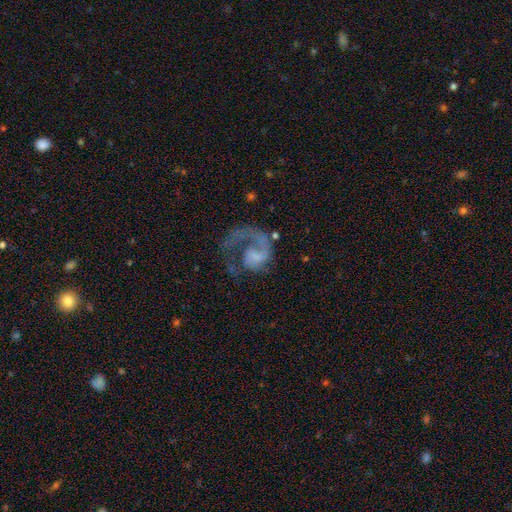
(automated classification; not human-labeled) smooth_or_featured: featured or disk (p=0.80) [alt: smooth p=0.13]
disk_edge_on: no (p=0.98) [alt: yes p=0.02]
bar: no (p=0.57) [alt: weak p=0.36]
has_spiral_arms: yes (p=0.91) [alt: no p=0.09]
spiral_winding: medium (p=0.41) [alt: loose p=0.40]
spiral_arm_count: 1 (p=0.84) [alt: 2 p=0.10]
bulge_size: none (p=0.40) [alt: small p=0.34]
merging: major disturbance (p=0.44) [alt: none p=0.38]